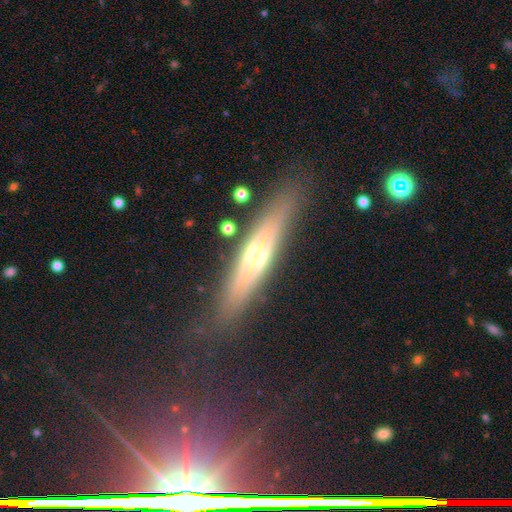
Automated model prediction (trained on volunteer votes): smooth-or-featured: featured or disk: 80% | smooth: 13% | star or artifact: 7%
  disk-edge-on: yes: 95% | no: 5%
    edge-on-bulge: rounded: 73% | none: 14% | boxy: 13%
  merging: none: 86% | minor disturbance: 10% | major disturbance: 3% | merger: 2%